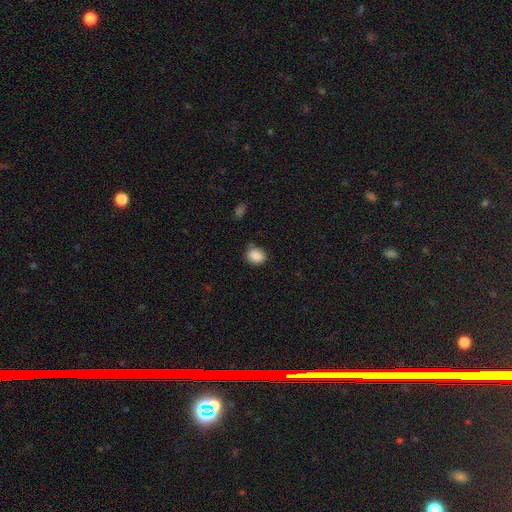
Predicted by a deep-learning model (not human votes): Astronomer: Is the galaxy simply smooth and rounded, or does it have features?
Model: smooth — 88%.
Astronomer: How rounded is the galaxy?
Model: round — 54% (runner-up: in between, 45%).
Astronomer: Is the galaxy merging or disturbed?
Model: none — 70%.